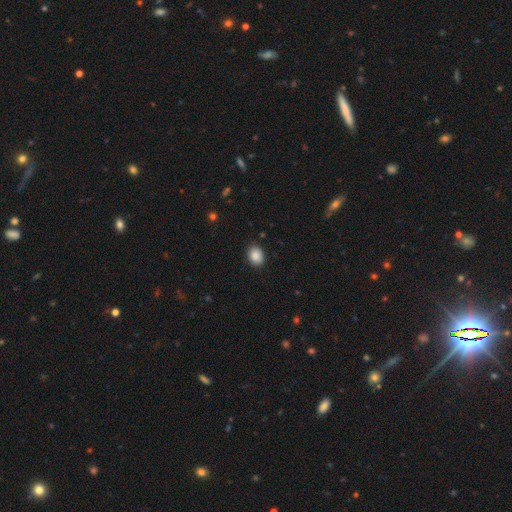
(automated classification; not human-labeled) smooth_or_featured: smooth (p=0.88) [alt: star or artifact p=0.08]
how_rounded: in between (p=0.63) [alt: round p=0.36]
merging: none (p=0.87) [alt: minor disturbance p=0.10]